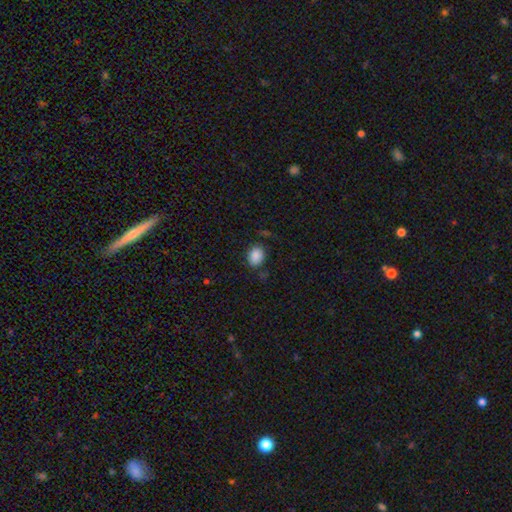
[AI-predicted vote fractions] smooth 87%, star or artifact 9%, featured or disk 4%. Down the decision tree: how rounded — in between (64%); merging — none (78%).